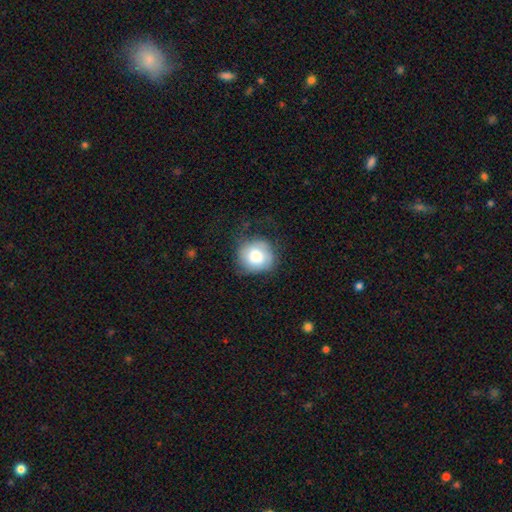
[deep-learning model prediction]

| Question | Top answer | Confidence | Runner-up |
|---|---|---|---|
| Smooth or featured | smooth | 75% | featured or disk (17%) |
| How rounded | round | 87% | in between (12%) |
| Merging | none | 66% | minor disturbance (23%) |